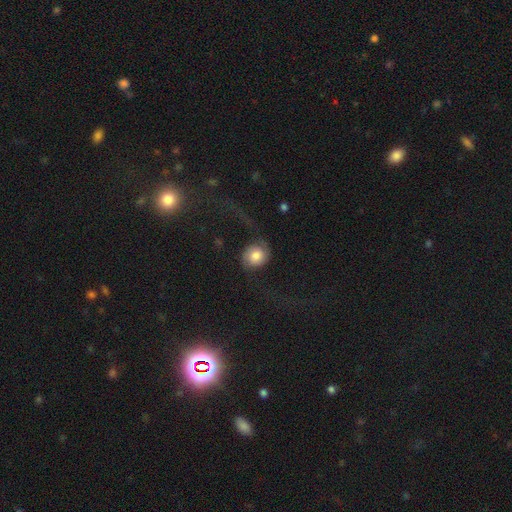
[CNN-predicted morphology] smooth_or_featured: smooth (p=0.53) [alt: featured or disk p=0.39]
how_rounded: round (p=0.78) [alt: in between p=0.20]
merging: none (p=0.48) [alt: major disturbance p=0.35]